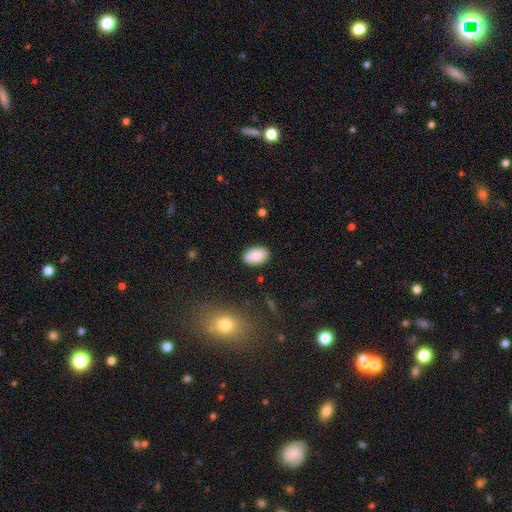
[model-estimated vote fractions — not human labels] This is clearly a smooth galaxy (85%). How rounded: clearly in between (91%). Merging: clearly none (81%).